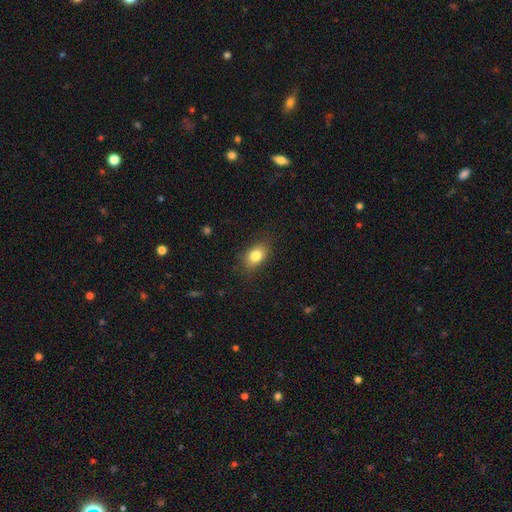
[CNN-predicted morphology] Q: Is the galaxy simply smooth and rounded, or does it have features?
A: smooth — 81%.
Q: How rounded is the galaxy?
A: in between — 82%.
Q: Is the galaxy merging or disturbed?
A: none — 82%.